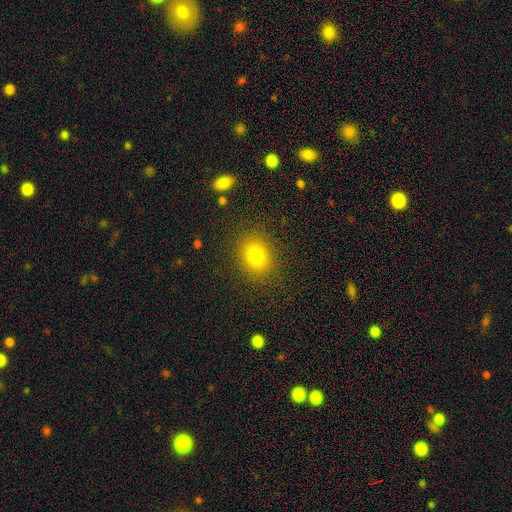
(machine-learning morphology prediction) Smooth or featured? smooth (78%)
How rounded? round (56%)
Merging? none (87%)